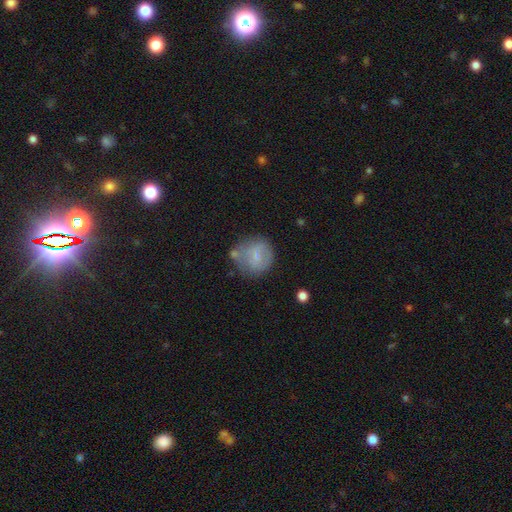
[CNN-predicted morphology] Overall: smooth (61%; featured or disk 31%). How rounded: round (85%). Merging: none (52%; minor disturbance 25%).